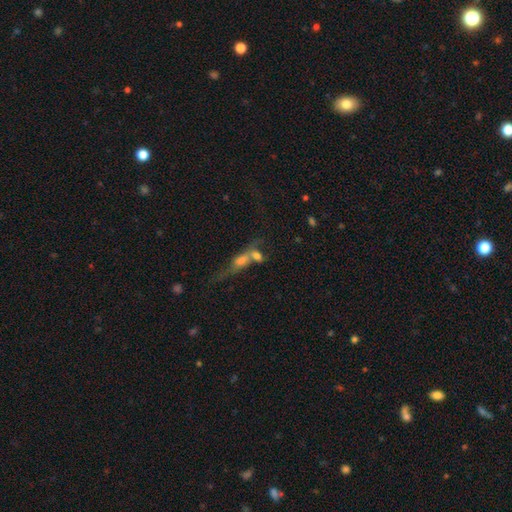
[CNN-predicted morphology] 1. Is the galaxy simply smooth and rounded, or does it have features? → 54% smooth, 33% featured or disk, 14% star or artifact.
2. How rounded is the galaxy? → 59% in between, 25% cigar-shaped, 16% round.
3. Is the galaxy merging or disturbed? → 67% merger, 17% none, 8% major disturbance, 7% minor disturbance.